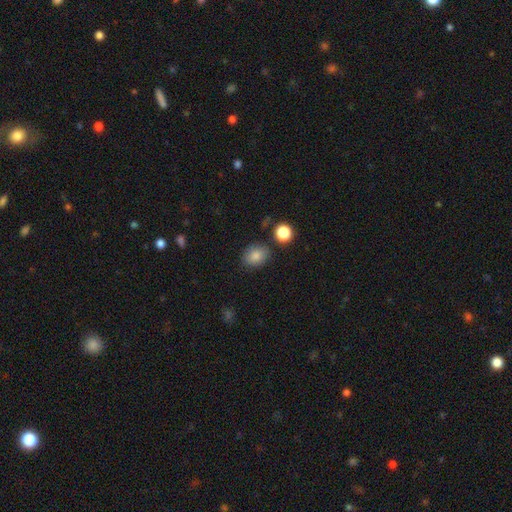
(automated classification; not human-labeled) This is clearly a smooth galaxy (84%). How rounded: possibly in between (56%). Merging: clearly none (81%).